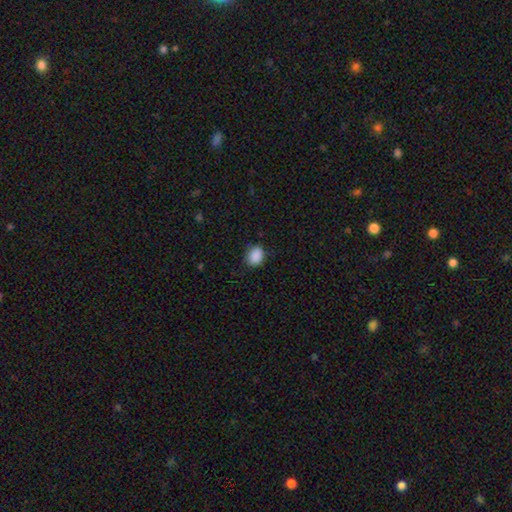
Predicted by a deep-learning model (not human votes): smooth-or-featured: smooth: 89% | star or artifact: 9% | featured or disk: 3%
  how-rounded: in between: 54% | round: 45% | cigar-shaped: 1%
  merging: none: 83% | minor disturbance: 13% | major disturbance: 3% | merger: 1%